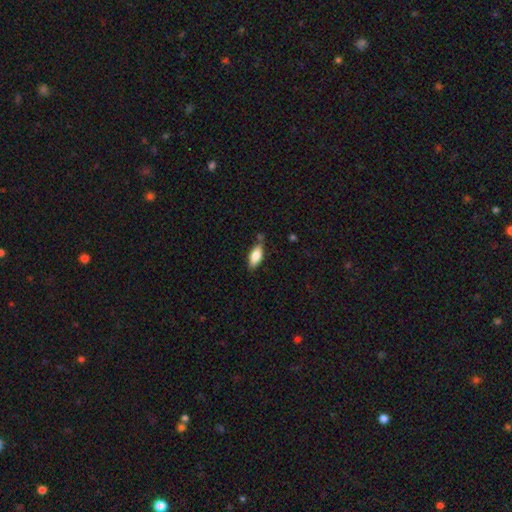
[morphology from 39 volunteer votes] smooth 85%, featured or disk 8%, star or artifact 8%. Down the decision tree: how rounded — in between (76%); merging — none (56%).